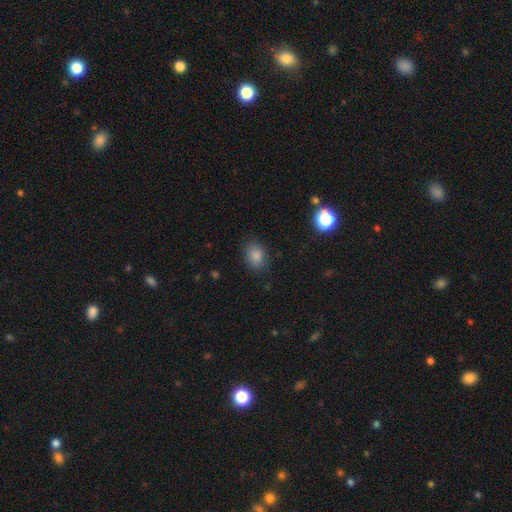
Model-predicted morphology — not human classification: smooth-or-featured: smooth: 85% | star or artifact: 10% | featured or disk: 5%
  how-rounded: in between: 68% | round: 31% | cigar-shaped: 1%
  merging: none: 82% | minor disturbance: 13% | major disturbance: 4% | merger: 1%